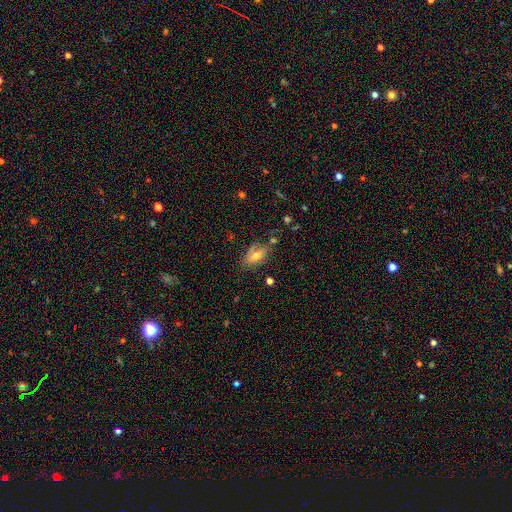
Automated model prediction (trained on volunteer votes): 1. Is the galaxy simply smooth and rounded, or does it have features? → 54% smooth, 31% featured or disk, 15% star or artifact.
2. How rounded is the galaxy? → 77% in between, 17% cigar-shaped, 6% round.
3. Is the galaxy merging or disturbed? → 64% none, 21% minor disturbance, 8% major disturbance, 7% merger.